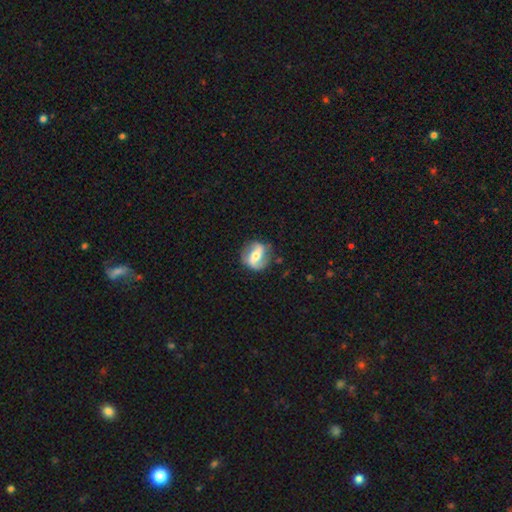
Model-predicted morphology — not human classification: Q: Smooth or featured?
A: featured or disk (74%); runner-up: smooth (20%)
Q: Edge-on disk?
A: no (96%); runner-up: yes (4%)
Q: Bar?
A: strong (43%); runner-up: weak (33%)
Q: Spiral arms?
A: yes (86%); runner-up: no (14%)
Q: Spiral winding?
A: loose (45%); runner-up: medium (37%)
Q: Spiral arm count?
A: 2 (88%); runner-up: can't tell (5%)
Q: Bulge size?
A: moderate (65%); runner-up: small (27%)
Q: Merging?
A: none (78%); runner-up: minor disturbance (15%)